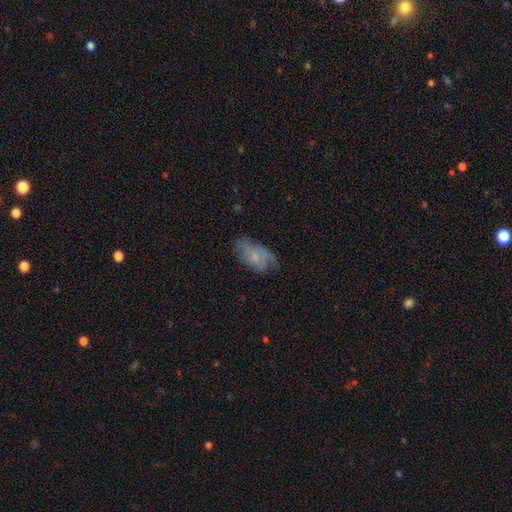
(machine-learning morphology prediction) A smooth galaxy with no disk features (55%) that is in between round and cigar-shaped (91%).

Vote fractions:
- Smooth or featured? smooth: 55% / featured or disk: 36% / star or artifact: 8%
- How rounded? in between: 91% / round: 5% / cigar-shaped: 4%
- Merging? none: 56% / minor disturbance: 30% / major disturbance: 13% / merger: 2%